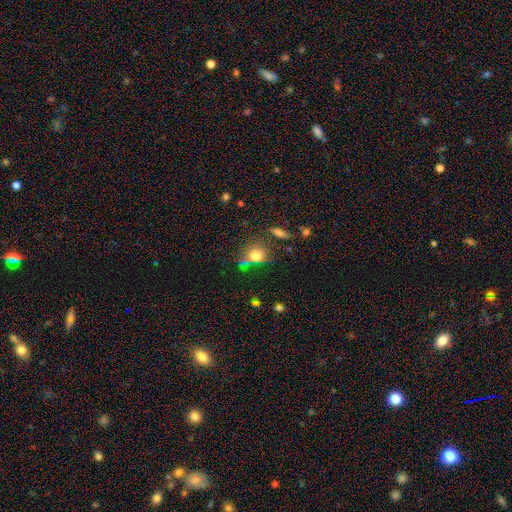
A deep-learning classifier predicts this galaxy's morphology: A smooth galaxy with no disk features (75%) that is round (64%). Merging: none (50%).